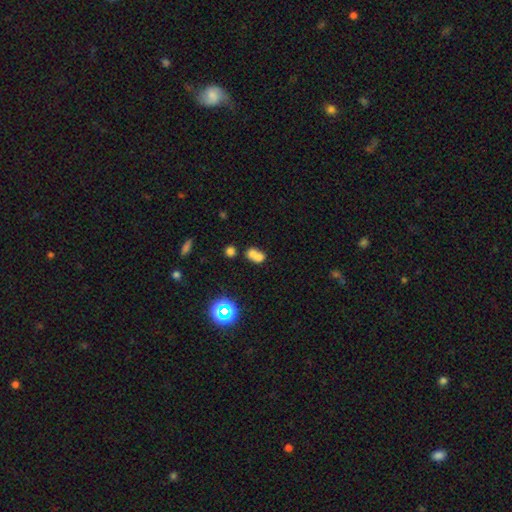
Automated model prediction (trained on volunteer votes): A smooth galaxy with no disk features (67%) that is in between round and cigar-shaped (49%, tied with round).

Vote fractions:
- Smooth or featured? smooth: 67% / featured or disk: 18% / star or artifact: 16%
- How rounded? in between: 49% (tied) / round: 49% (tied) / cigar-shaped: 2%
- Merging? merger: 66% / none: 23% / minor disturbance: 7% / major disturbance: 4%